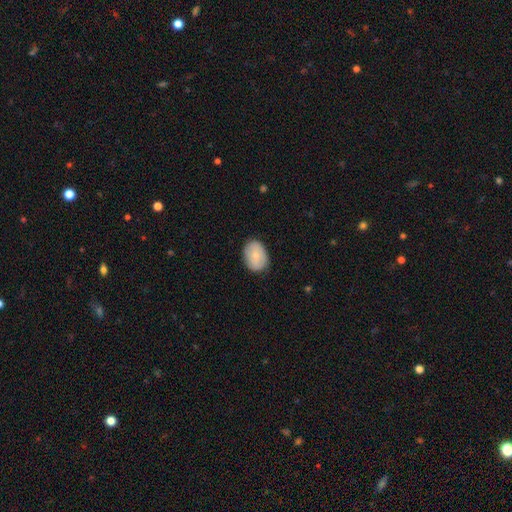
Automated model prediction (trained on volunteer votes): This appears to be a smooth galaxy with no disk features (72%) that is in between round and cigar-shaped (75%). Merging: none (83%).